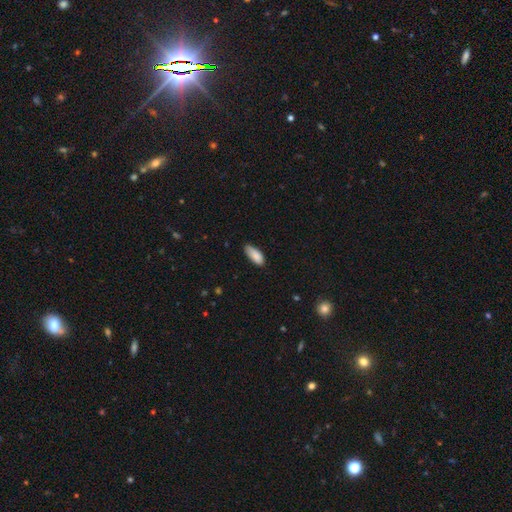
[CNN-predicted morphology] smooth-or-featured: smooth: 87% | star or artifact: 7% | featured or disk: 6%
  how-rounded: in between: 81% | cigar-shaped: 17% | round: 2%
  merging: none: 66% | minor disturbance: 29% | major disturbance: 4% | merger: 1%